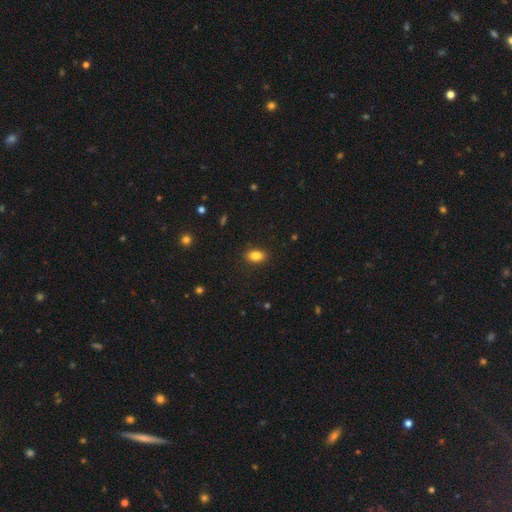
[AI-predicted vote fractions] smooth 84%, star or artifact 9%, featured or disk 7%. Down the decision tree: how rounded — in between (86%); merging — none (88%).